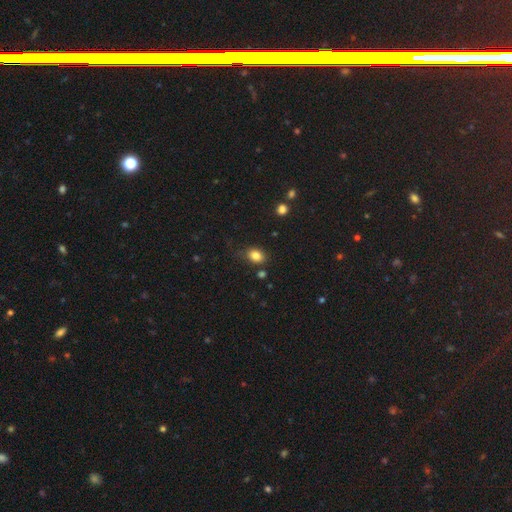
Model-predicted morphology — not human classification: This is clearly a smooth galaxy (83%). How rounded: likely in between (65%). Merging: likely none (76%).